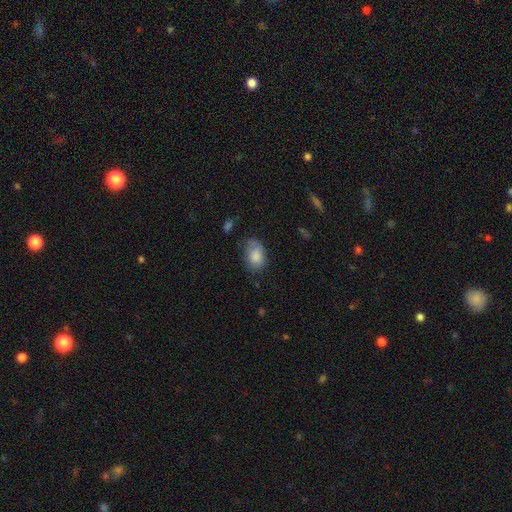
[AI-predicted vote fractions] Smooth or featured: smooth — 84% (featured or disk — 9%)
How rounded: in between — 85% (round — 14%)
Merging: none — 58% (minor disturbance — 30%)